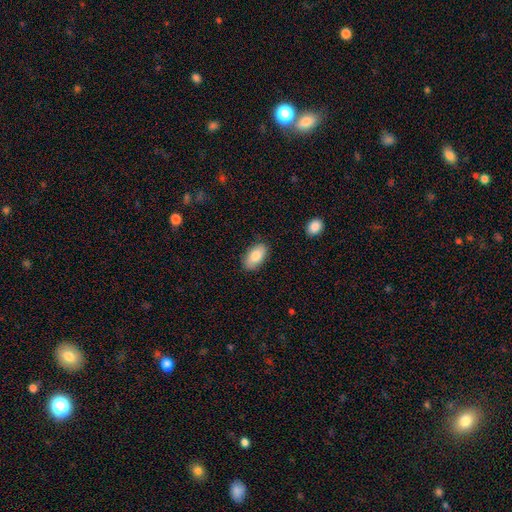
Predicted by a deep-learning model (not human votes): Smooth or featured? Predicted: smooth (p=0.85). How rounded? Predicted: in between (p=0.94). Merging? Predicted: none (p=0.84).